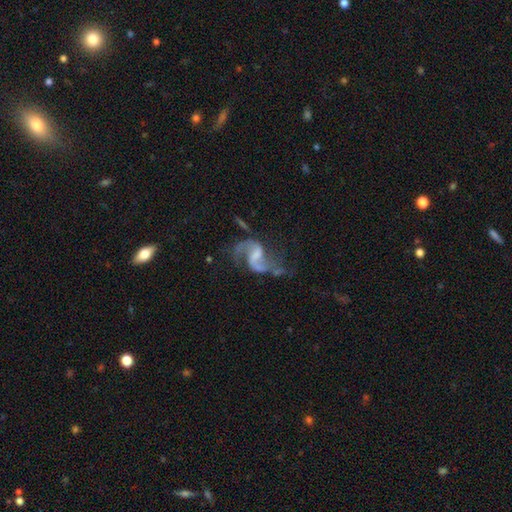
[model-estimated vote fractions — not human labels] This appears to be a featured or disk galaxy (88%) with a weak bar (52%), 2 (90%) loose (60%) spiral arms (95%) and no central bulge (39%). Merging: none (49%).